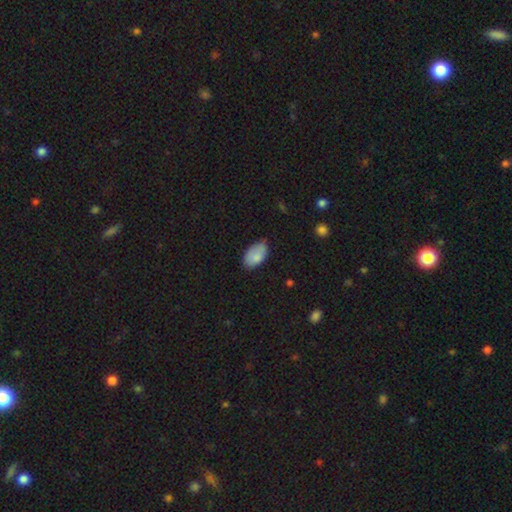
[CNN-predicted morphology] Q: Smooth or featured?
A: smooth (83%); runner-up: featured or disk (10%)
Q: How rounded?
A: in between (94%); runner-up: round (5%)
Q: Merging?
A: none (64%); runner-up: minor disturbance (30%)